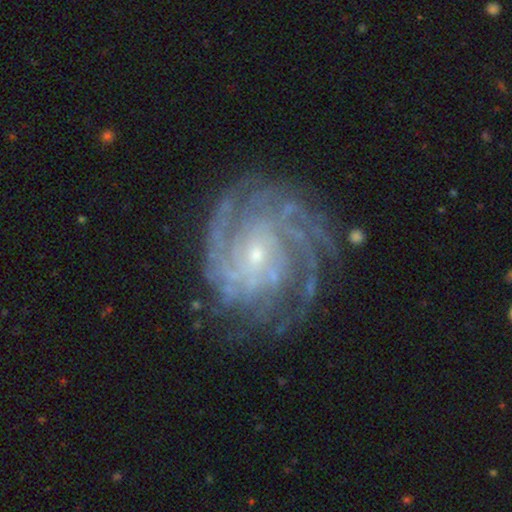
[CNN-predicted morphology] Smooth or featured?
  - featured or disk: 90% *
  - star or artifact: 6%
  - smooth: 4%
Edge-on disk?
  - no: 98% *
  - yes: 2%
Bar?
  - no: 62% *
  - weak: 30%
  - strong: 8%
Spiral arms?
  - yes: 97% *
  - no: 3%
Spiral winding?
  - tight: 71% *
  - medium: 25%
  - loose: 5%
Spiral arm count?
  - can't tell: 24% *
  - 4: 23%
  - more than 4: 20%
  - 3: 14%
  - 2: 11%
  - 1: 8%
Bulge size?
  - small: 78% *
  - moderate: 18%
  - none: 2%
  - large: 1%
  - dominant: 1%
Merging?
  - none: 74% *
  - minor disturbance: 16%
  - major disturbance: 8%
  - merger: 2%